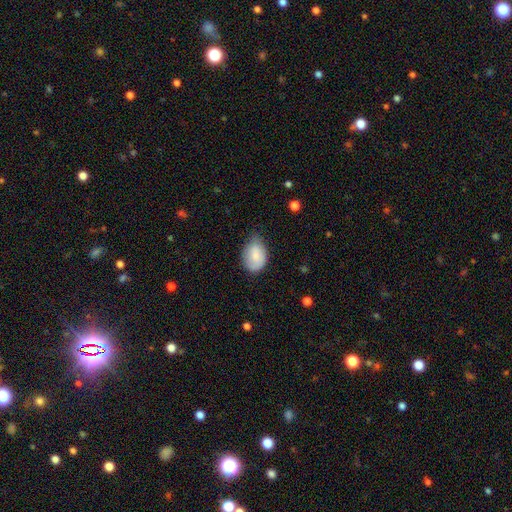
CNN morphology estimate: smooth 80%, featured or disk 13%, star or artifact 7%. Down the decision tree: how rounded — in between (80%); merging — none (49%).